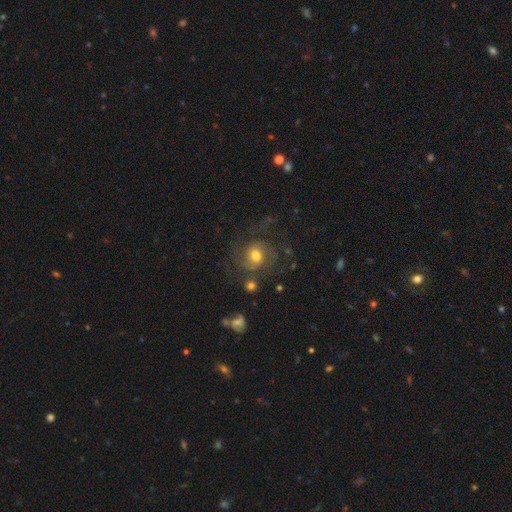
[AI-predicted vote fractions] smooth-or-featured: featured or disk: 48% | smooth: 40% | star or artifact: 12%
  merging: none: 60% | minor disturbance: 18% | major disturbance: 17% | merger: 4%